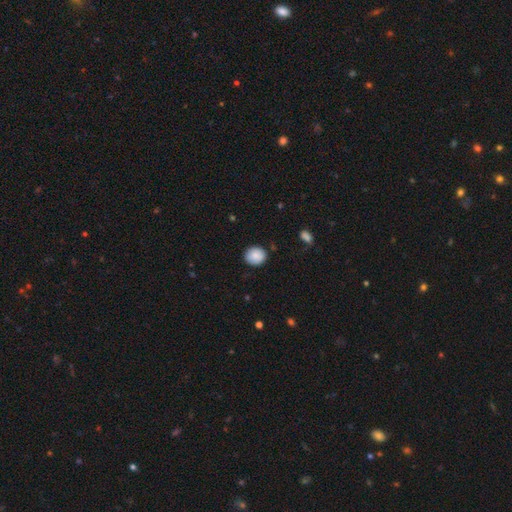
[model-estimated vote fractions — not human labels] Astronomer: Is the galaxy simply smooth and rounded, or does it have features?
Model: smooth — 88%.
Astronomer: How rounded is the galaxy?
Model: round — 72%.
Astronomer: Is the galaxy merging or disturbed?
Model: none — 85%.